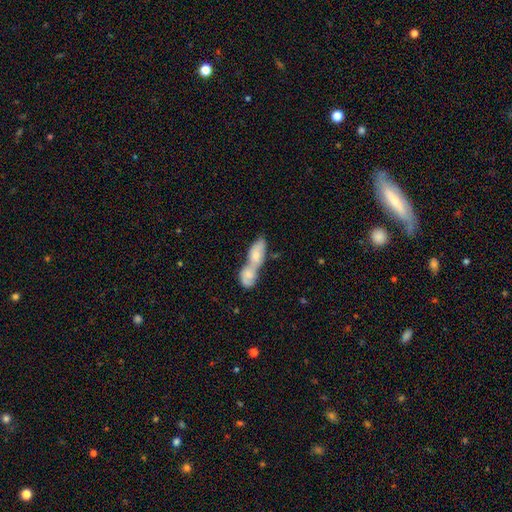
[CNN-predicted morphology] Overall: smooth (64%; featured or disk 29%). How rounded: in between (66%). Merging: merger (78%).